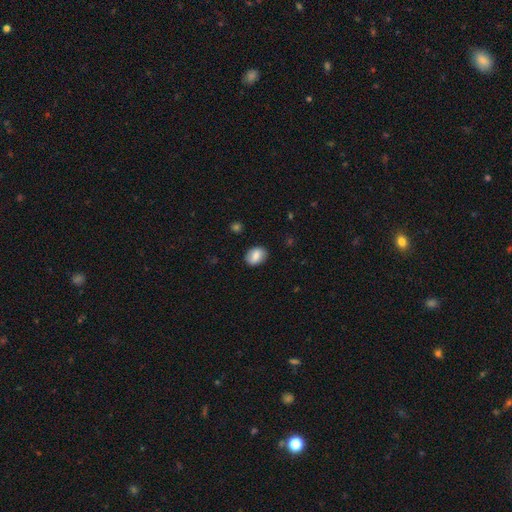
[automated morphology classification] Overall: smooth (80%). How rounded: in between (71%). Merging: none (85%).